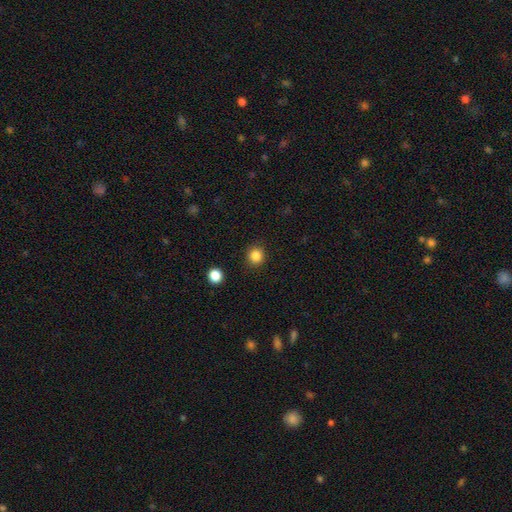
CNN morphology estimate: This appears to be a smooth galaxy with no disk features (85%) that is round (88%). Merging: none (89%).